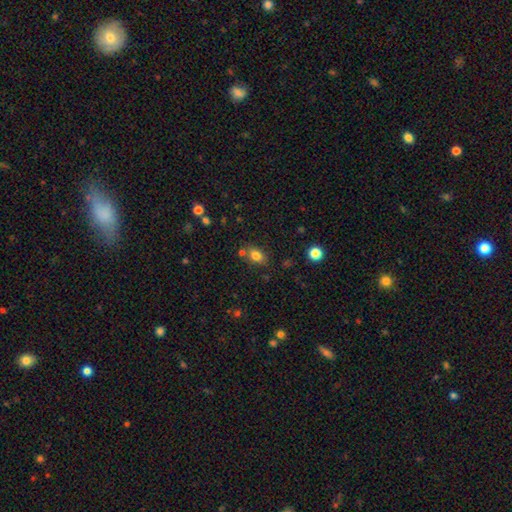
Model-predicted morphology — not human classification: smooth 79%, star or artifact 12%, featured or disk 9%. Down the decision tree: how rounded — in between (72%); merging — none (70%).